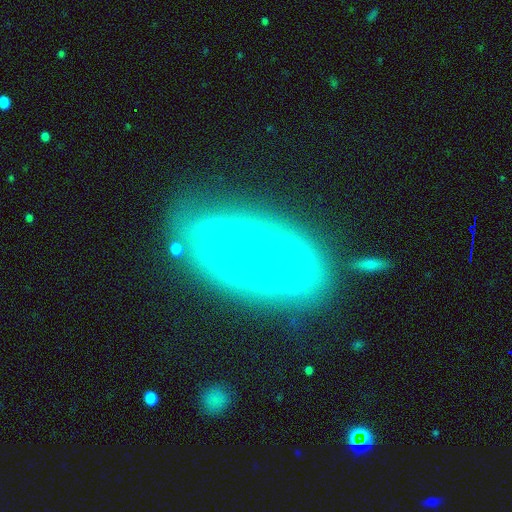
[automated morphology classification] featured or disk 75%, smooth 17%, star or artifact 8%. Down the decision tree: edge-on disk — no (94%); bar — no (76%); spiral arms — yes (73%); spiral arm count — can't tell (57%); spiral winding — tight (74%); bulge size — small (59%); merging — none (68%).